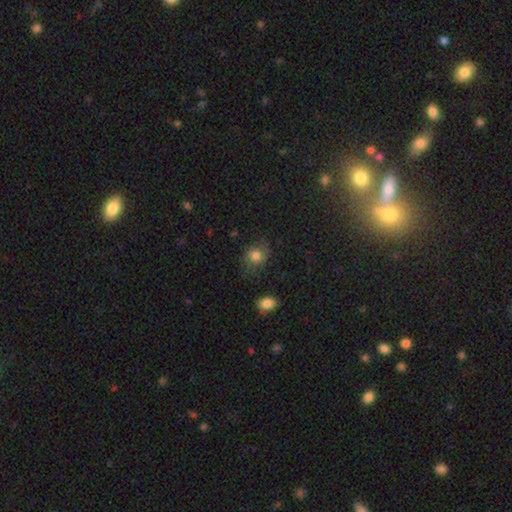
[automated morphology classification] smooth 78%, star or artifact 11%, featured or disk 11%. Down the decision tree: how rounded — round (56%); merging — none (71%).